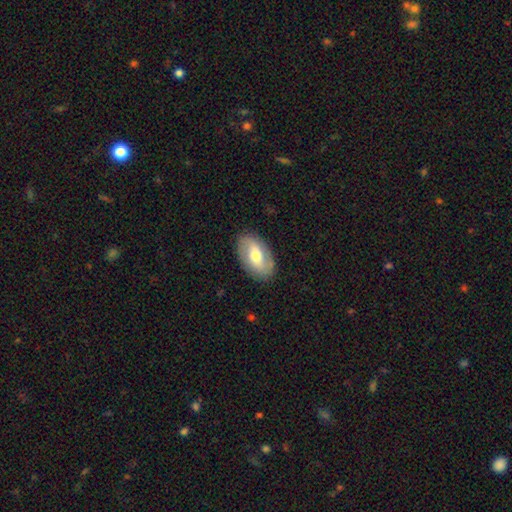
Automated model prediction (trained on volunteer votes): Smooth or featured? featured or disk (55%)
Edge-on disk? no (92%)
Bar? weak (41%)
Spiral arms? yes (70%)
Bulge size? moderate (69%)
Merging? none (86%)